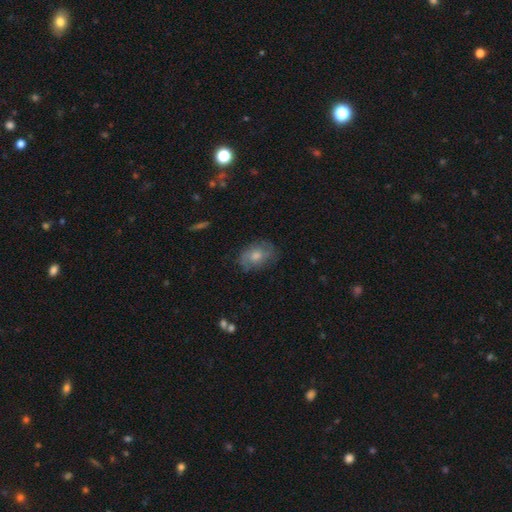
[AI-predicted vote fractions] A smooth galaxy with no disk features (54%) that is in between round and cigar-shaped (76%). Merging: none (69%).